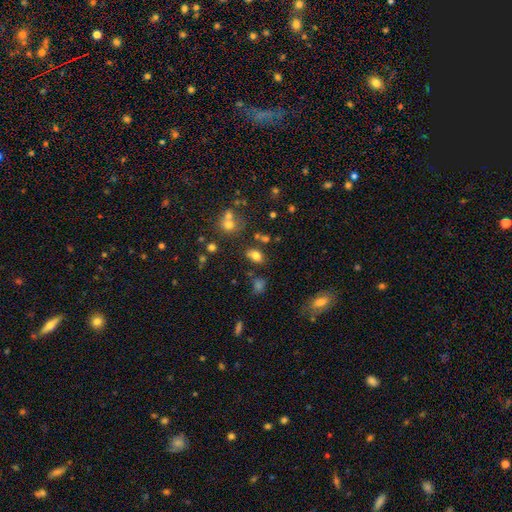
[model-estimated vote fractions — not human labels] Smooth or featured? Predicted: smooth (p=0.75). How rounded? Predicted: in between (p=0.83). Merging? Predicted: none (p=0.70).